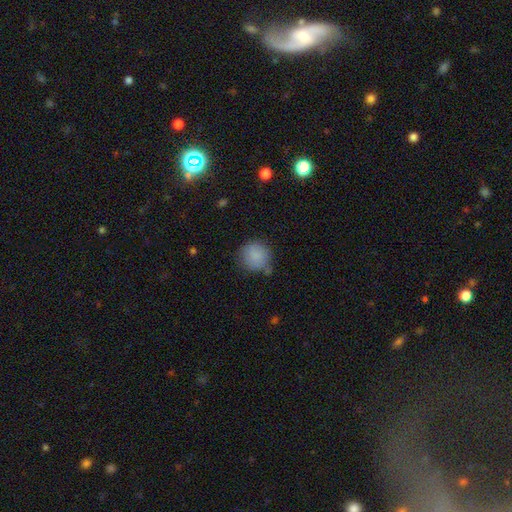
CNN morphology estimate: This appears to be a smooth galaxy with no disk features (85%) that is round (89%). Merging: none (63%).